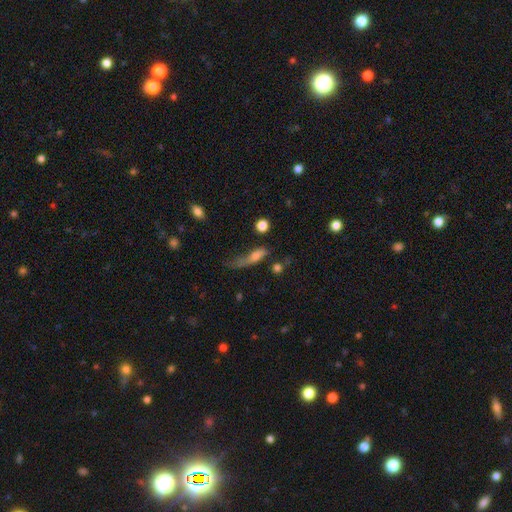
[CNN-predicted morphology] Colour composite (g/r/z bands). It shows a smooth galaxy with no disk features (64%) that is cigar-shaped (52%). Merging: major disturbance (45%).